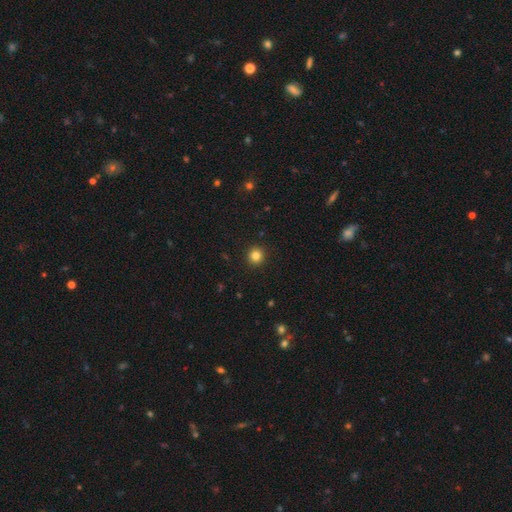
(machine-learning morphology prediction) Q: Smooth or featured?
A: smooth (83%); runner-up: star or artifact (12%)
Q: How rounded?
A: round (94%); runner-up: in between (5%)
Q: Merging?
A: none (93%); runner-up: minor disturbance (5%)